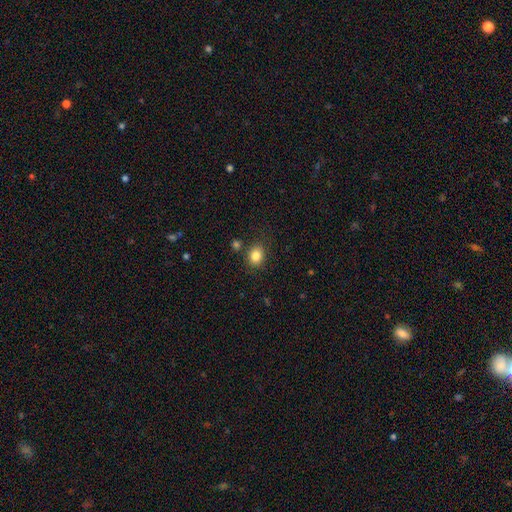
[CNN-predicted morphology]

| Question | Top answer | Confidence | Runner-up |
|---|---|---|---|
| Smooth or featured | smooth | 84% | star or artifact (10%) |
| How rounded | round | 54% | in between (45%) |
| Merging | none | 80% | minor disturbance (11%) |